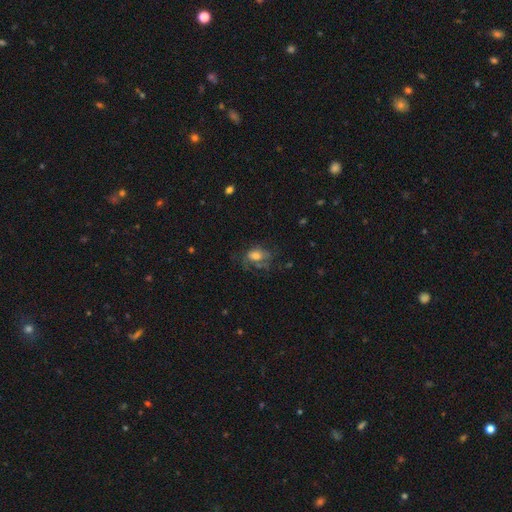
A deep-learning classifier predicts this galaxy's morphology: smooth 54%, featured or disk 34%, star or artifact 13%. Down the decision tree: how rounded — in between (74%); merging — none (40%).